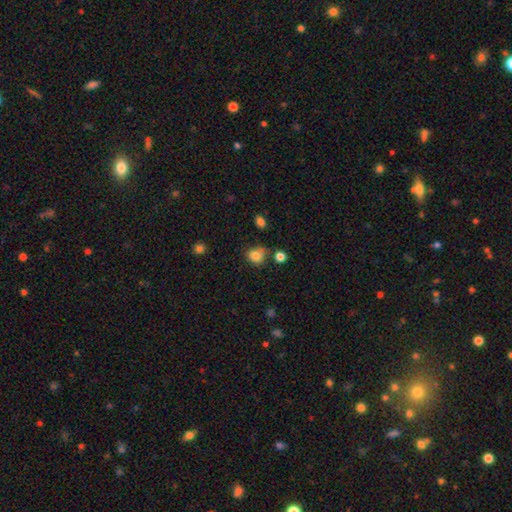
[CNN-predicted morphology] Q: Smooth or featured?
A: smooth (82%); runner-up: star or artifact (11%)
Q: How rounded?
A: round (72%); runner-up: in between (27%)
Q: Merging?
A: none (65%); runner-up: minor disturbance (22%)